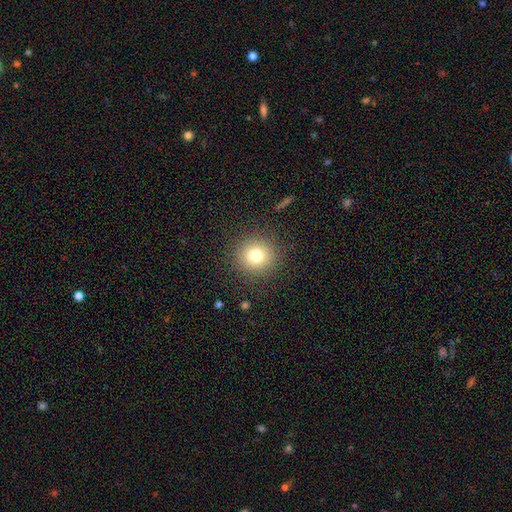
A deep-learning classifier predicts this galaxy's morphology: Q: Smooth or featured?
A: smooth (77%); runner-up: star or artifact (13%)
Q: How rounded?
A: round (93%); runner-up: in between (6%)
Q: Merging?
A: none (89%); runner-up: minor disturbance (7%)